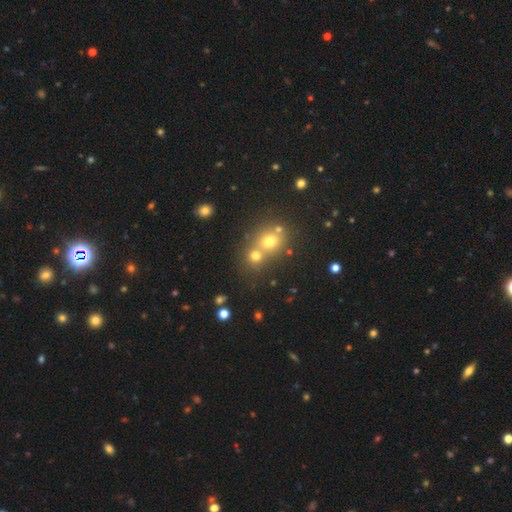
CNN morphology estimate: This appears to be a smooth galaxy with no disk features (69%) that is round (79%). Merging: merger (46%).